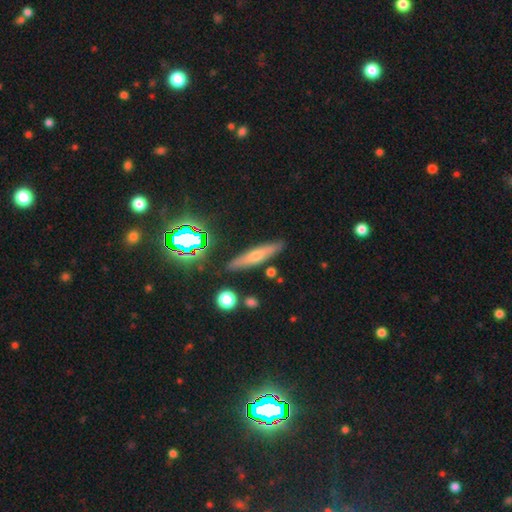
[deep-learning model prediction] This is possibly a featured or disk galaxy (48%). Merging: clearly none (85%).